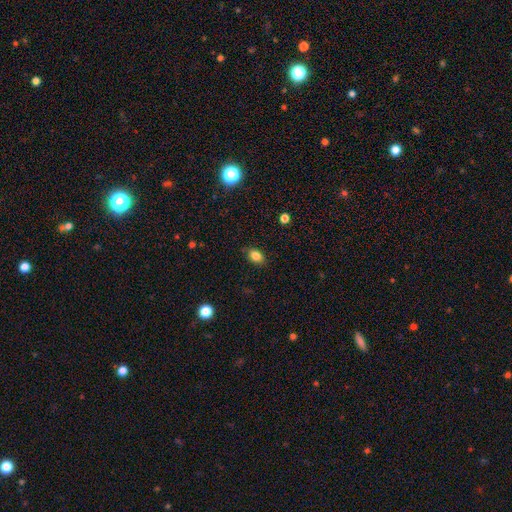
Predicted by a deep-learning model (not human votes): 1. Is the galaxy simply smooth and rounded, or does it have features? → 84% smooth, 10% star or artifact, 6% featured or disk.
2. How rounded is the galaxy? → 79% in between, 20% round, 2% cigar-shaped.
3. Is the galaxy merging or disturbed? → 84% none, 13% minor disturbance, 3% major disturbance, 1% merger.